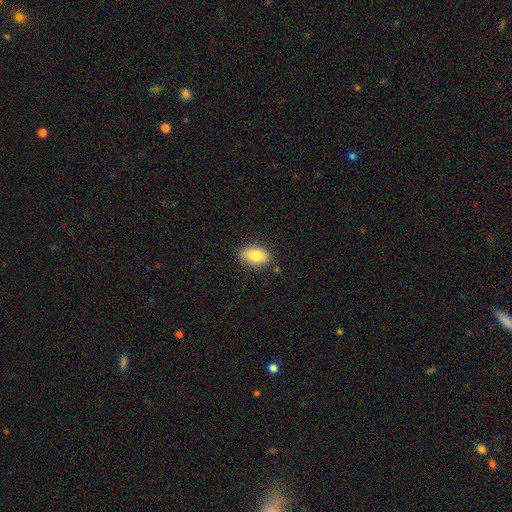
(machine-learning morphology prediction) A smooth galaxy with no disk features (82%) that is in between round and cigar-shaped (91%). Merging: none (85%).